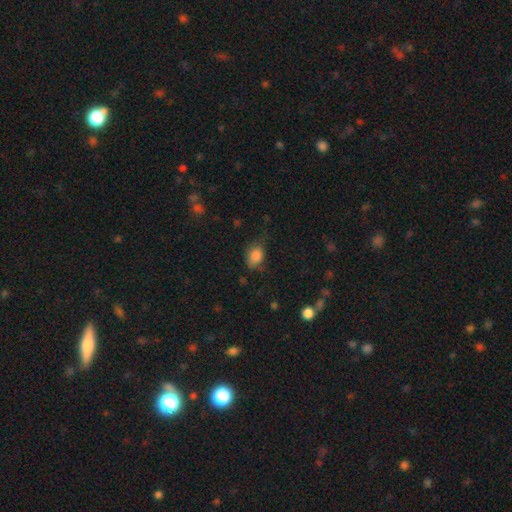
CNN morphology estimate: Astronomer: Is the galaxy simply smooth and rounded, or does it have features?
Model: smooth — 83%.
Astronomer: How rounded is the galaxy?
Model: in between — 69%.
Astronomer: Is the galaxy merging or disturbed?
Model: none — 56% (runner-up: minor disturbance, 31%).